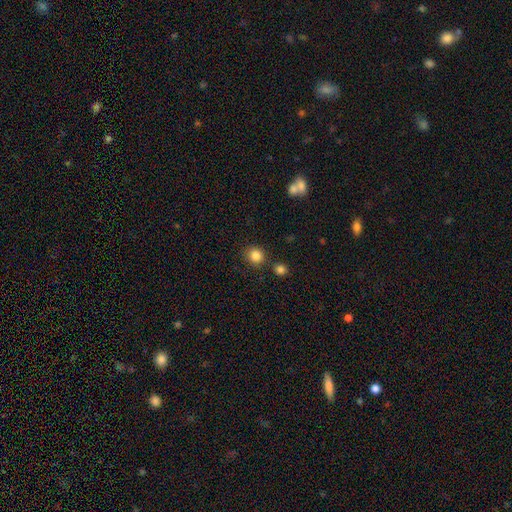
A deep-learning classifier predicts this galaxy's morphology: Q: Smooth or featured?
A: smooth (85%); runner-up: star or artifact (11%)
Q: How rounded?
A: round (90%); runner-up: in between (9%)
Q: Merging?
A: none (82%); runner-up: minor disturbance (8%)